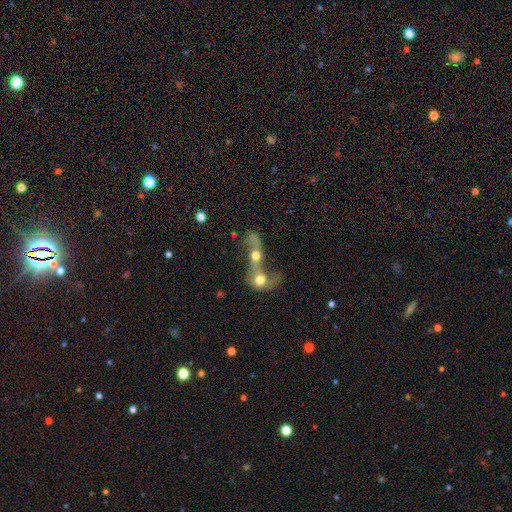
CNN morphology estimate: The model was most divided on "smooth or featured": smooth: 48%, featured or disk: 40%, star or artifact: 12%. More confident: merging — merger (81%).